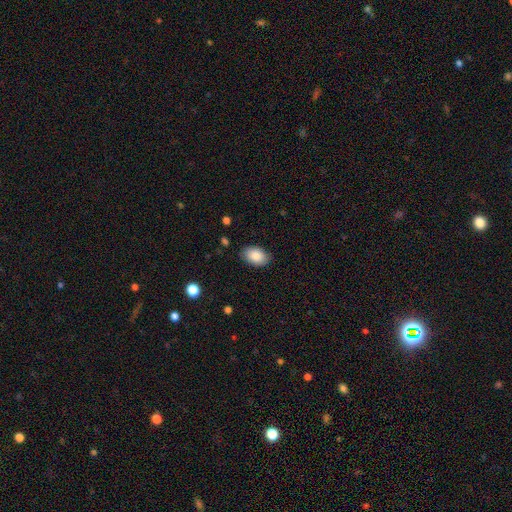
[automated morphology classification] smooth_or_featured: smooth (p=0.86) [alt: featured or disk p=0.07]
how_rounded: in between (p=0.89) [alt: round p=0.10]
merging: none (p=0.84) [alt: minor disturbance p=0.13]